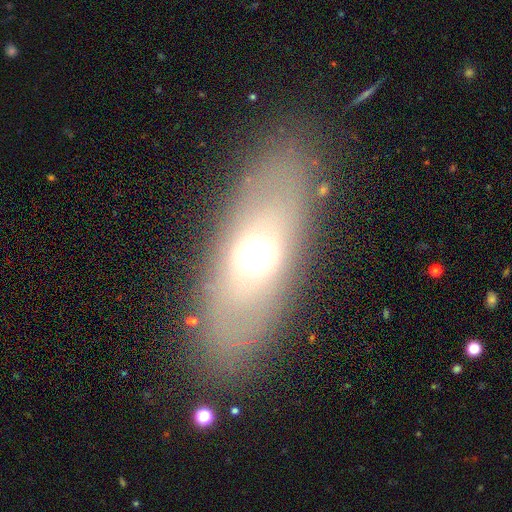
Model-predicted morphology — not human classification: Smooth or featured: smooth — 51% (featured or disk — 37%)
How rounded: in between — 72% (cigar-shaped — 22%)
Merging: none — 84% (minor disturbance — 10%)